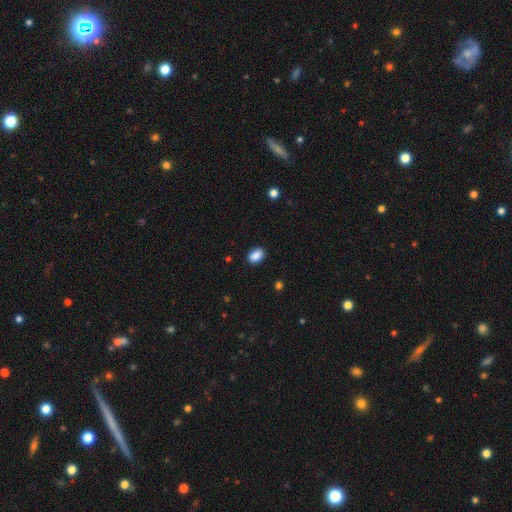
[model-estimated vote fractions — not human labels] Q: Smooth or featured?
A: smooth (89%); runner-up: star or artifact (8%)
Q: How rounded?
A: in between (84%); runner-up: round (15%)
Q: Merging?
A: none (89%); runner-up: minor disturbance (8%)